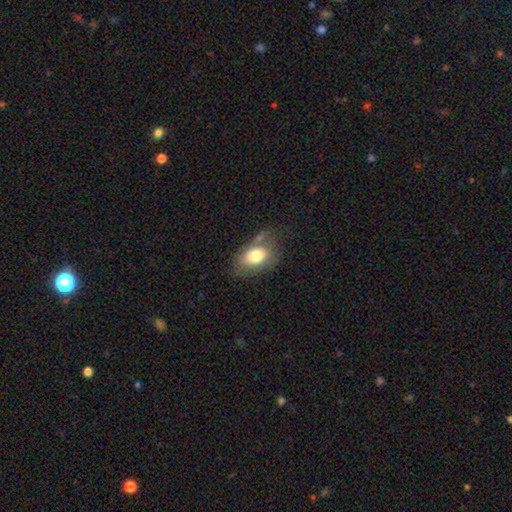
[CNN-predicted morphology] A smooth galaxy with no disk features (73%) that is in between round and cigar-shaped (87%). Merging: none (51%).